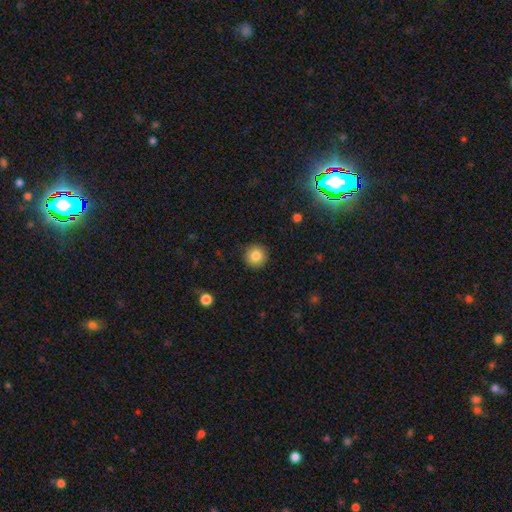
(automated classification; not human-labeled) A smooth galaxy with no disk features (84%) that is round (95%).

Vote fractions:
- Smooth or featured? smooth: 84% / star or artifact: 10% / featured or disk: 6%
- How rounded? round: 95% / in between: 4% / cigar-shaped: 1%
- Merging? none: 91% / minor disturbance: 6% / major disturbance: 2% / merger: 1%